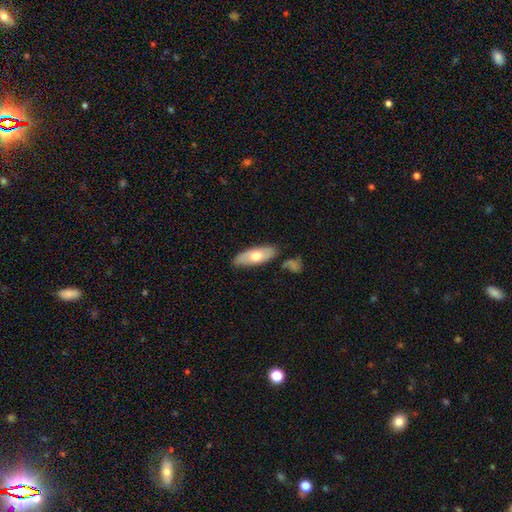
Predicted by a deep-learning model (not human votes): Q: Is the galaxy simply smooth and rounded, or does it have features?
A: smooth — 62%.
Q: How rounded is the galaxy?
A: in between — 74%.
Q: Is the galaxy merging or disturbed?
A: none — 82%.